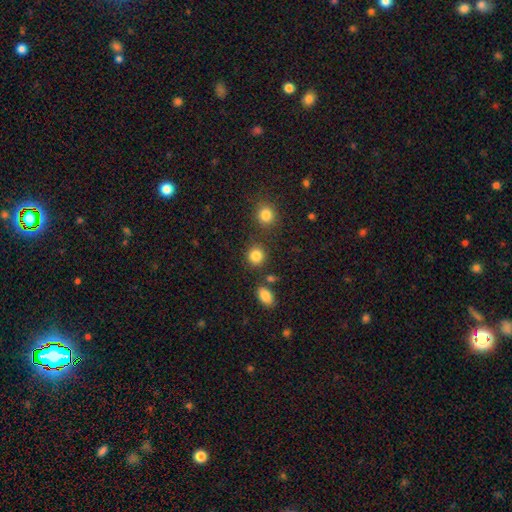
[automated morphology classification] Smooth or featured: smooth — 85% (star or artifact — 11%)
How rounded: round — 87% (in between — 12%)
Merging: none — 82% (minor disturbance — 8%)